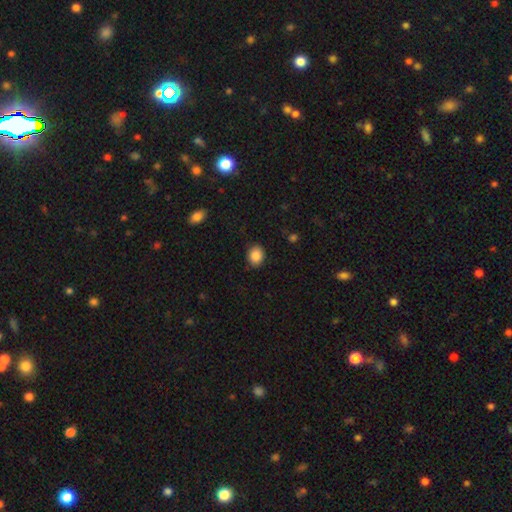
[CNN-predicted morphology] Overall: smooth (87%). How rounded: round (51%; in between 48%). Merging: none (88%).